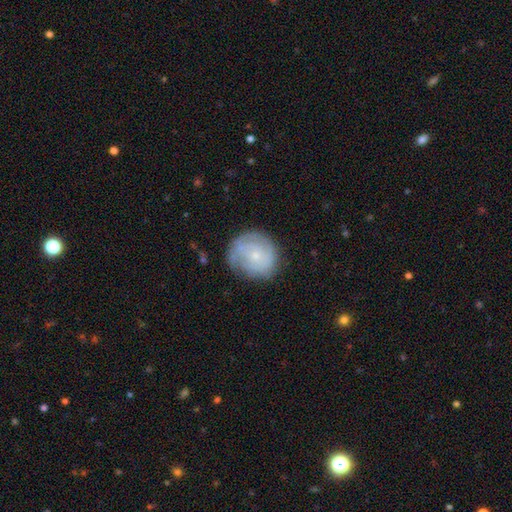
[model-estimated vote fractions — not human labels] Smooth or featured: featured or disk — 58% (smooth — 34%)
Edge-on disk: no — 97% (yes — 3%)
Bar: no — 81% (weak — 16%)
Spiral arms: yes — 80% (no — 20%)
Bulge size: small — 80% (moderate — 15%)
Merging: none — 70% (minor disturbance — 21%)